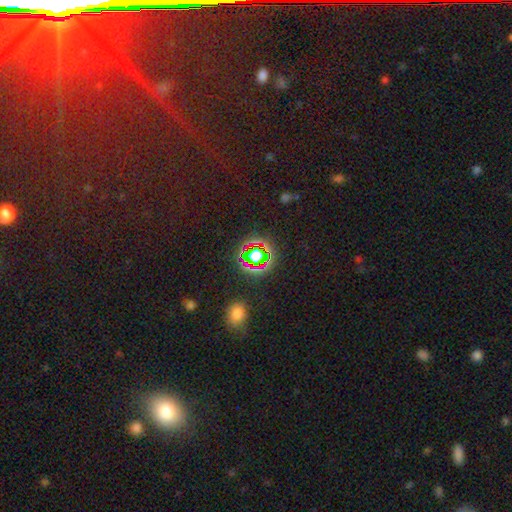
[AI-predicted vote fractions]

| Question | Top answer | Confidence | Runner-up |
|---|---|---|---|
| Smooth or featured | star or artifact | 69% | smooth (20%) |